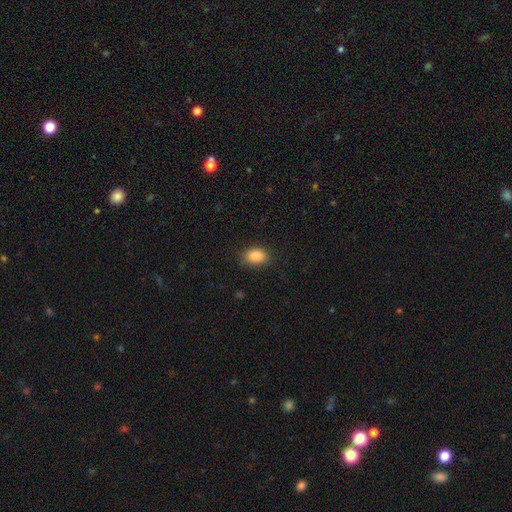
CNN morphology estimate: Smooth or featured: smooth — 86% (star or artifact — 9%)
How rounded: in between — 76% (round — 23%)
Merging: none — 84% (minor disturbance — 12%)